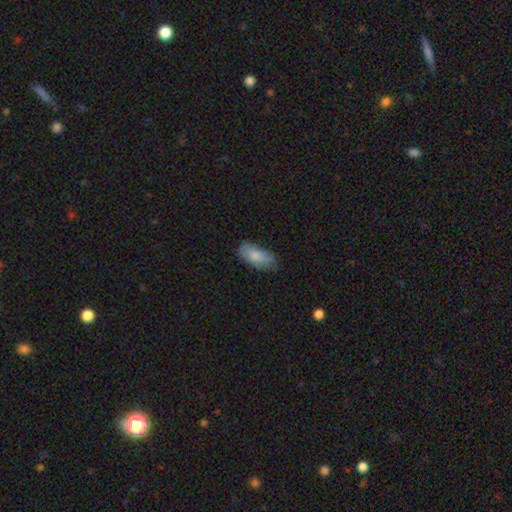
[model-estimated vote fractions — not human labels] Q: Smooth or featured?
A: smooth (80%); runner-up: featured or disk (14%)
Q: How rounded?
A: in between (90%); runner-up: cigar-shaped (8%)
Q: Merging?
A: none (68%); runner-up: minor disturbance (25%)